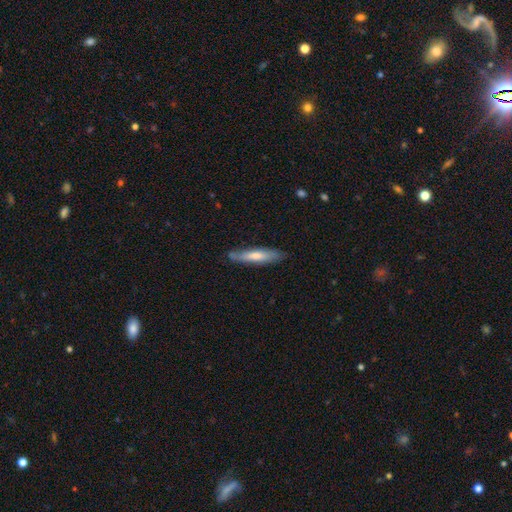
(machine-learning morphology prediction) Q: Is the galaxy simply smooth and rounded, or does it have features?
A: smooth — 58%.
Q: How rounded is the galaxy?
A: cigar-shaped — 86%.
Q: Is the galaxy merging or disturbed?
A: none — 78%.